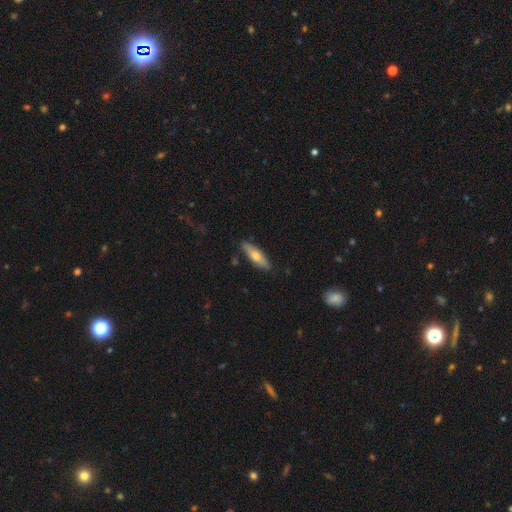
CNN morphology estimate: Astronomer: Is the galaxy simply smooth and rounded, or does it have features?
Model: smooth — 57% (runner-up: featured or disk, 37%).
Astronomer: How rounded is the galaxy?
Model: cigar-shaped — 57% (runner-up: in between, 41%).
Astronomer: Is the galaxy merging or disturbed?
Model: none — 85%.